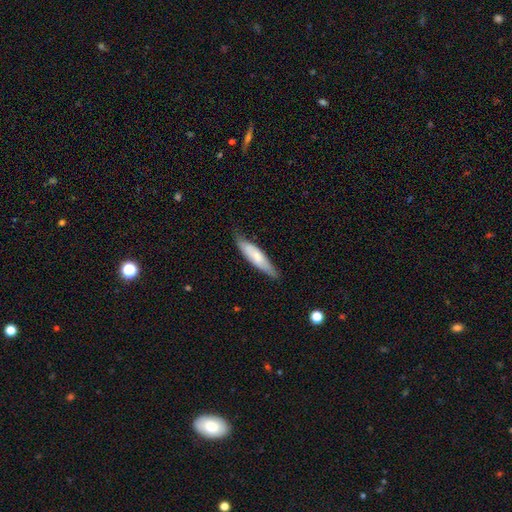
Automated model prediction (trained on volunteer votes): This appears to be a smooth galaxy with no disk features (64%) that is cigar-shaped (70%). Merging: none (75%).